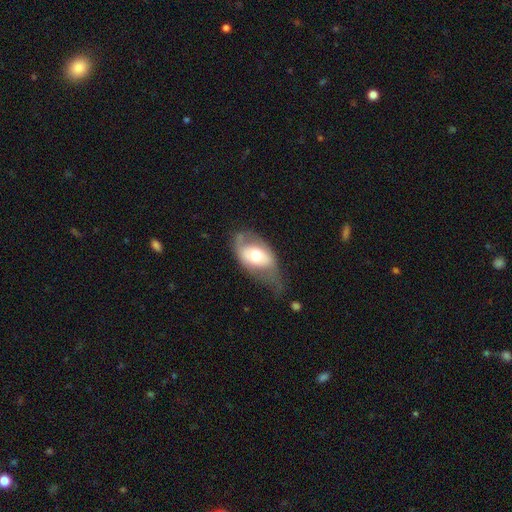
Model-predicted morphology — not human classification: Smooth or featured: smooth — 49% (featured or disk — 44%)
Merging: none — 35% (minor disturbance — 32%)